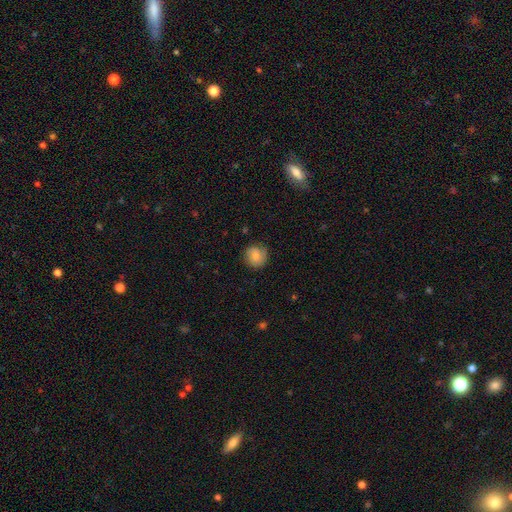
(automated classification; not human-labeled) Q: Smooth or featured?
A: smooth (71%); runner-up: featured or disk (20%)
Q: How rounded?
A: round (90%); runner-up: in between (9%)
Q: Merging?
A: none (79%); runner-up: minor disturbance (16%)